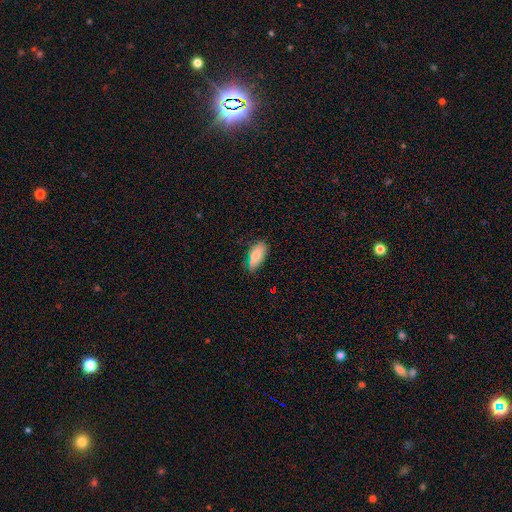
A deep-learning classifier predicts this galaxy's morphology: Q: Smooth or featured?
A: smooth (84%); runner-up: featured or disk (9%)
Q: How rounded?
A: in between (80%); runner-up: cigar-shaped (18%)
Q: Merging?
A: none (69%); runner-up: minor disturbance (25%)